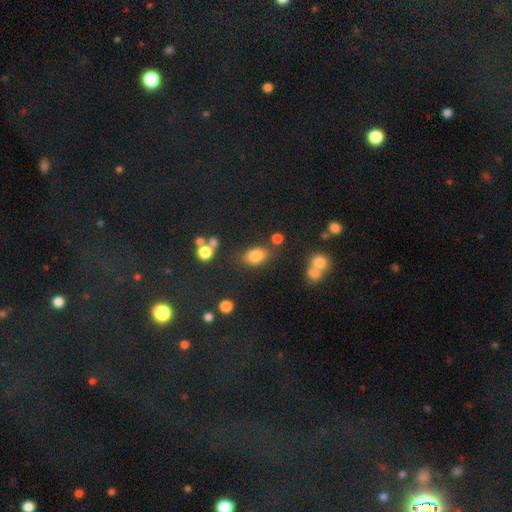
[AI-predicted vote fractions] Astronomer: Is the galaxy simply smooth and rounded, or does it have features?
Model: smooth — 81%.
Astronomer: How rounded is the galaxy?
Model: in between — 81%.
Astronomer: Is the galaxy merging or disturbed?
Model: none — 71%.